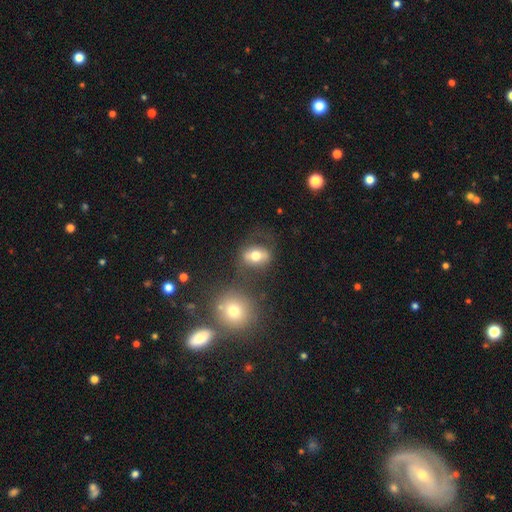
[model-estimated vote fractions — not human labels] This appears to be a smooth galaxy with no disk features (59%) that is in between round and cigar-shaped (67%). Merging: none (60%).